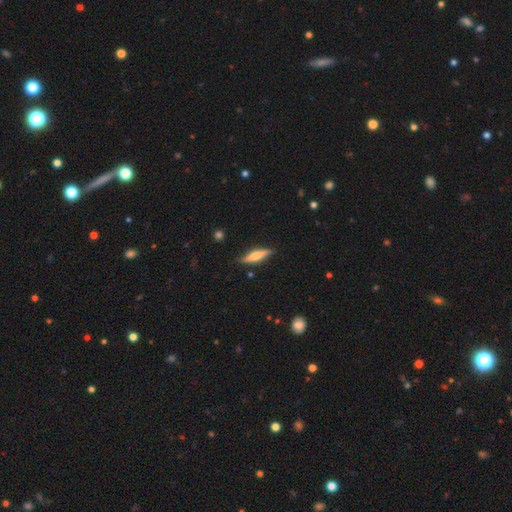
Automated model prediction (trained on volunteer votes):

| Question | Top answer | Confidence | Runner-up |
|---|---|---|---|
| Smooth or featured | featured or disk | 48% | smooth (46%) |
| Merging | none | 85% | minor disturbance (11%) |